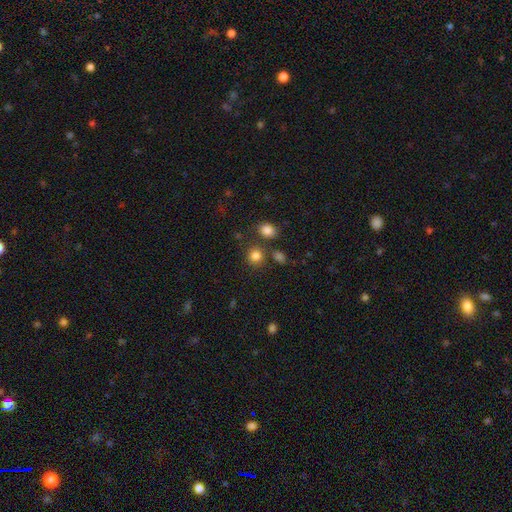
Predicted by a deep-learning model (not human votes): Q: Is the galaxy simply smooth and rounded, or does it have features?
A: smooth — 83%.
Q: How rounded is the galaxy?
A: round — 84%.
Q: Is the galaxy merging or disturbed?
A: none — 75%.